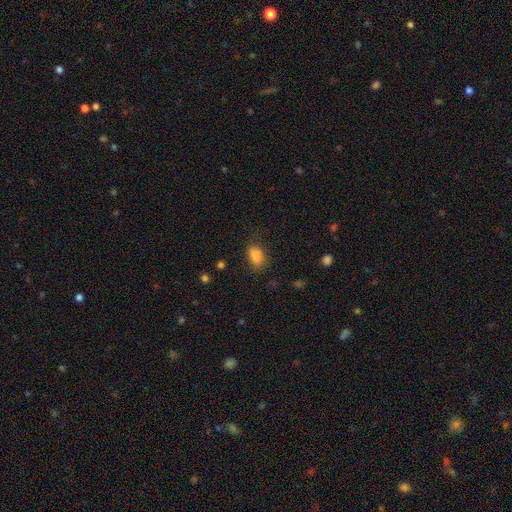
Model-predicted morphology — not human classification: This appears to be a smooth galaxy with no disk features (86%) that is in between round and cigar-shaped (87%). Merging: none (75%).